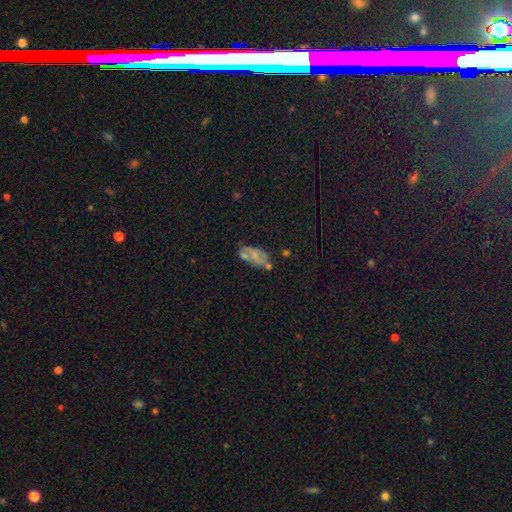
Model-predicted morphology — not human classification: The model was most divided on "smooth or featured": smooth: 54%, featured or disk: 37%, star or artifact: 10%. Remaining: how rounded — in between (90%); merging — none (48%).